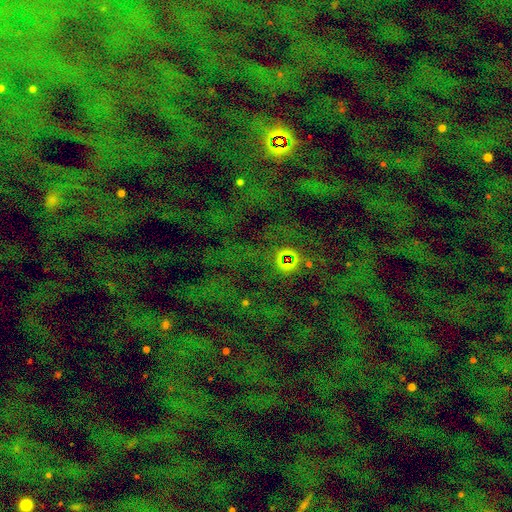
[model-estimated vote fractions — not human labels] Smooth or featured? Predicted: star or artifact (p=0.73).